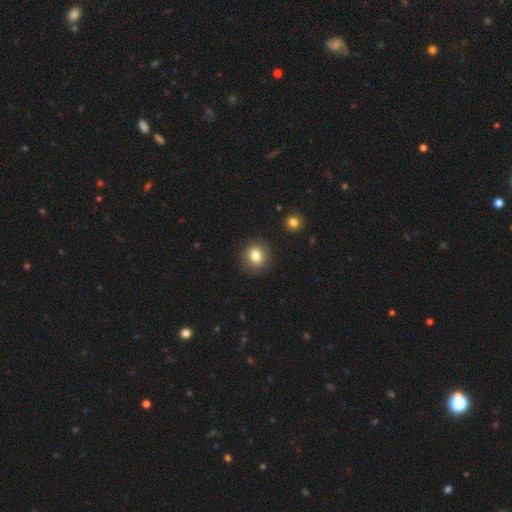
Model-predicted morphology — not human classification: Smooth or featured?
  - smooth: 80% *
  - star or artifact: 10%
  - featured or disk: 9%
How rounded?
  - round: 81% *
  - in between: 18%
  - cigar-shaped: 1%
Merging?
  - none: 88% *
  - minor disturbance: 8%
  - major disturbance: 2%
  - merger: 1%